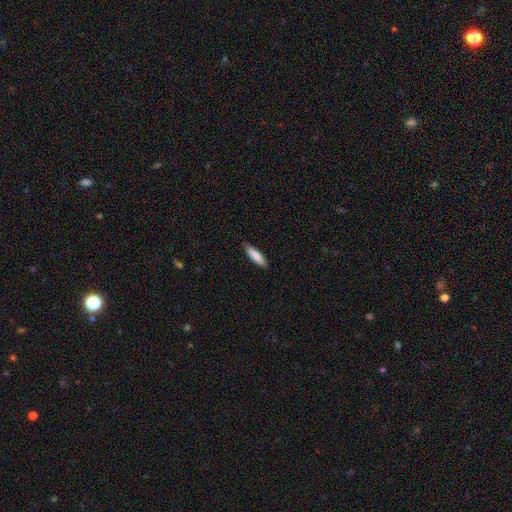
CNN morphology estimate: smooth_or_featured: smooth (p=0.84) [alt: featured or disk p=0.10]
how_rounded: cigar-shaped (p=0.74) [alt: in between p=0.25]
merging: none (p=0.85) [alt: minor disturbance p=0.12]